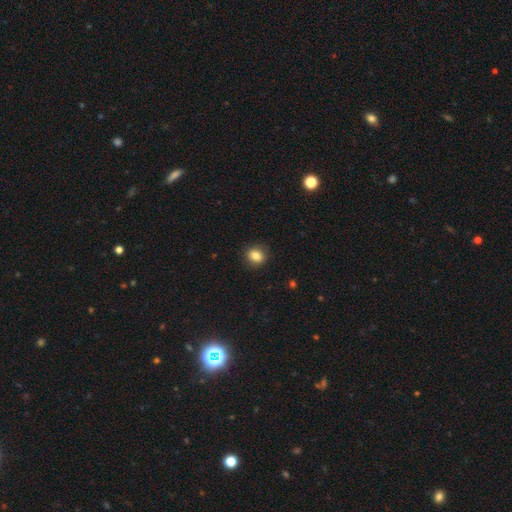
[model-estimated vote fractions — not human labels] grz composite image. It shows a smooth galaxy with no disk features (85%) that is round (66%). Merging: none (89%).